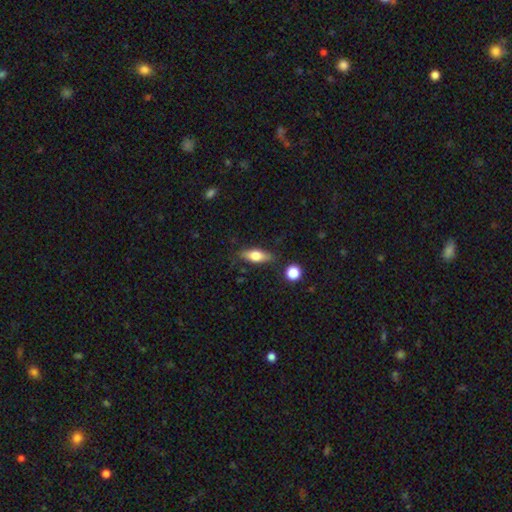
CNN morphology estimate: type=smooth (64%); roundness=in between (64%); merging=none (80%).